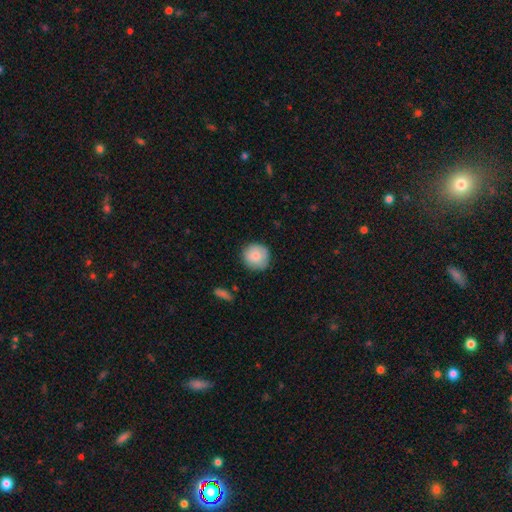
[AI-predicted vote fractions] This appears to be a smooth galaxy with no disk features (83%) that is round (93%). Merging: none (83%).